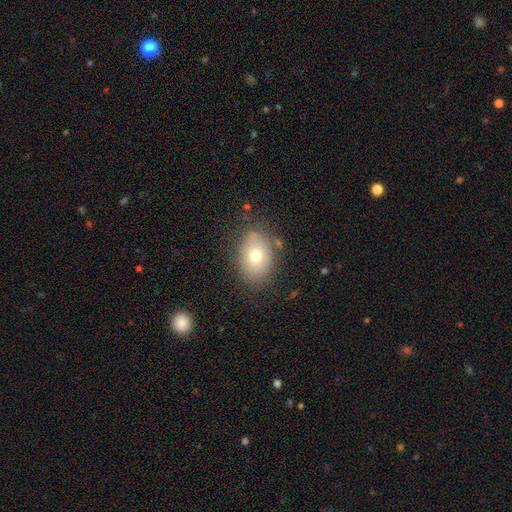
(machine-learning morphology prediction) Smooth or featured: smooth — 70% (featured or disk — 19%)
How rounded: in between — 74% (round — 25%)
Merging: none — 78% (minor disturbance — 15%)